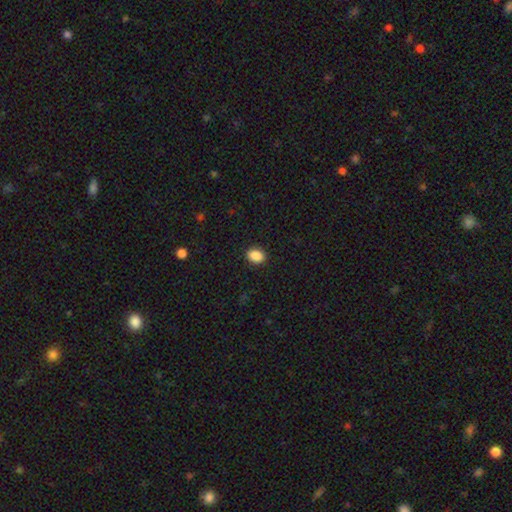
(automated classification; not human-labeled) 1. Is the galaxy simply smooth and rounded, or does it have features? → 89% smooth, 9% star or artifact, 3% featured or disk.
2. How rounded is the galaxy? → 67% in between, 32% round, 1% cigar-shaped.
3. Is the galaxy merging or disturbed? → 90% none, 7% minor disturbance, 2% major disturbance, 1% merger.